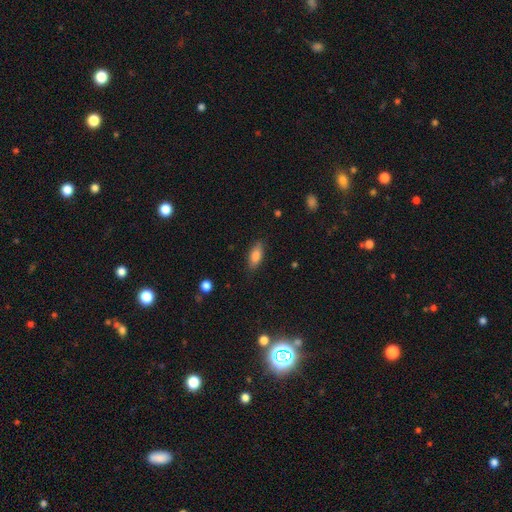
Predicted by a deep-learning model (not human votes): This is clearly a smooth galaxy (82%). How rounded: clearly in between (82%). Merging: clearly none (83%).